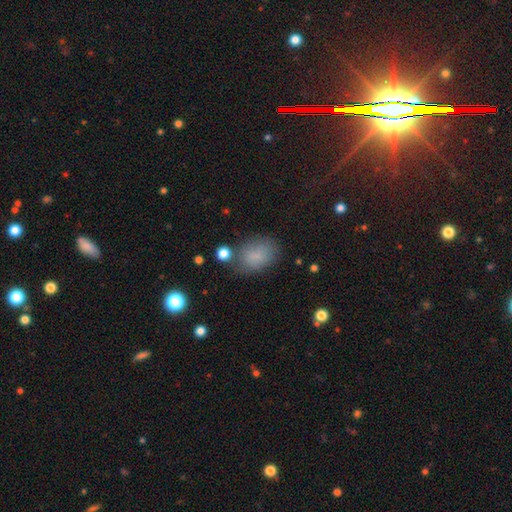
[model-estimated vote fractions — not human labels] A smooth galaxy with no disk features (80%) that is in between round and cigar-shaped (81%).

Vote fractions:
- Smooth or featured? smooth: 80% / star or artifact: 11% / featured or disk: 9%
- How rounded? in between: 81% / round: 18% / cigar-shaped: 1%
- Merging? none: 67% / minor disturbance: 21% / major disturbance: 8% / merger: 5%